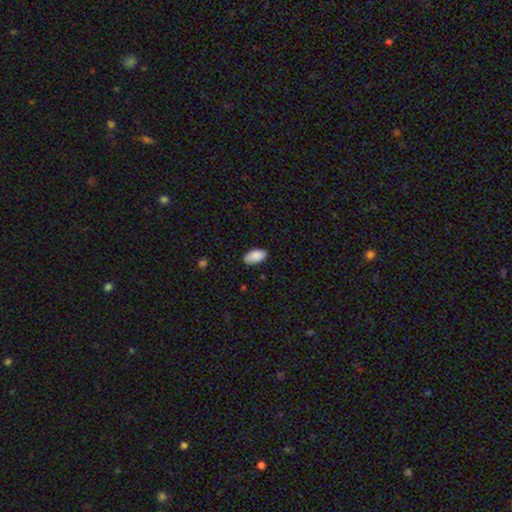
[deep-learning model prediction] smooth-or-featured: smooth: 88% | star or artifact: 6% | featured or disk: 6%
  how-rounded: in between: 95% | round: 3% | cigar-shaped: 2%
  merging: none: 84% | minor disturbance: 13% | major disturbance: 2% | merger: 1%